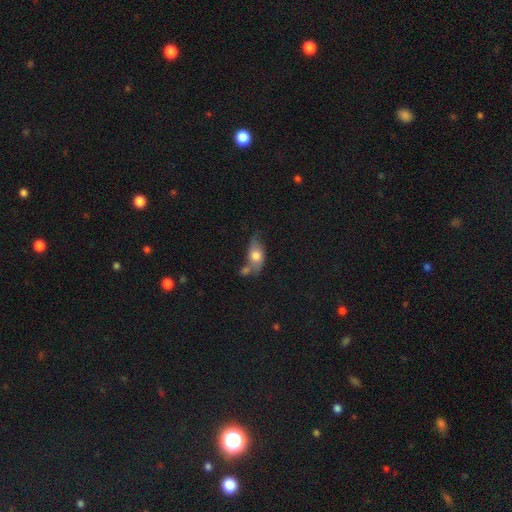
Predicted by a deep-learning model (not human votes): A smooth galaxy with no disk features (63%) that is in between round and cigar-shaped (84%).

Vote fractions:
- Smooth or featured? smooth: 63% / featured or disk: 29% / star or artifact: 8%
- How rounded? in between: 84% / round: 10% / cigar-shaped: 6%
- Merging? none: 37% / merger: 29% / minor disturbance: 23% / major disturbance: 11%